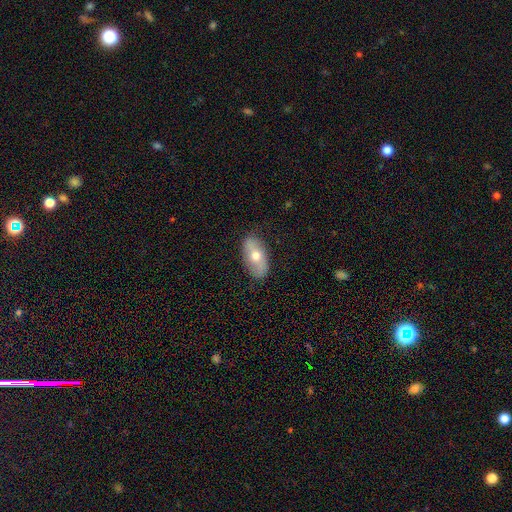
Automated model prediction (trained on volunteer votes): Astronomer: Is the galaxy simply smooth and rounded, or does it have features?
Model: smooth — 58% (runner-up: featured or disk, 36%).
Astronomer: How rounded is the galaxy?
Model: in between — 90%.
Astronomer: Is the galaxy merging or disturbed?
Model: none — 83%.